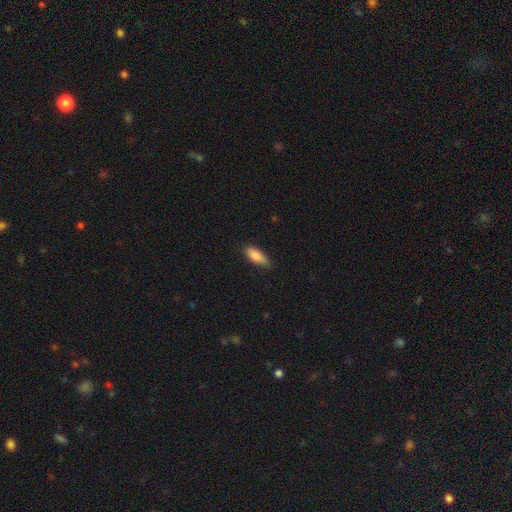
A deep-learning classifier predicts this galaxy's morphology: This appears to be a smooth galaxy with no disk features (86%) that is in between round and cigar-shaped (72%). Merging: none (76%).